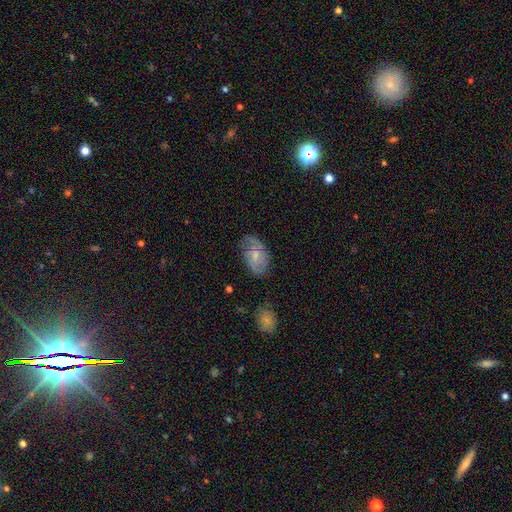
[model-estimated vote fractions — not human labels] A featured or disk galaxy (59%) with no bar (65%), spiral arms (84%) and a small central bulge (52%).

Vote fractions:
- Smooth or featured? featured or disk: 59% / smooth: 34% / star or artifact: 7%
- Edge-on disk? no: 96% / yes: 4%
- Bar? no: 65% / weak: 32% / strong: 4%
- Spiral arms? yes: 84% / no: 16%
- Bulge size? small: 52% / moderate: 39% / none: 5% / large: 2% / dominant: 1%
- Merging? none: 63% / minor disturbance: 26% / major disturbance: 10% / merger: 2%